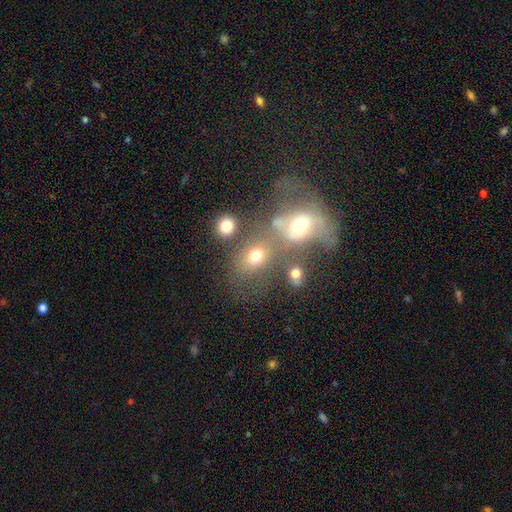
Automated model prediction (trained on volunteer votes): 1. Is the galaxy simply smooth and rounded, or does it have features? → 69% smooth, 17% star or artifact, 15% featured or disk.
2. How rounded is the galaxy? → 49% in between (tied), 49% round (tied), 2% cigar-shaped.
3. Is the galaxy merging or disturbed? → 40% none, 38% merger, 12% minor disturbance, 10% major disturbance.